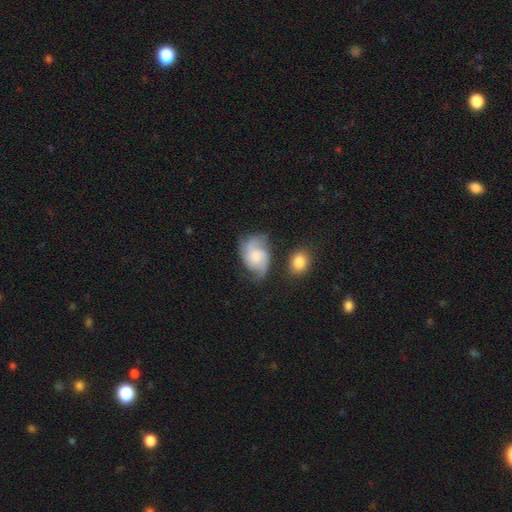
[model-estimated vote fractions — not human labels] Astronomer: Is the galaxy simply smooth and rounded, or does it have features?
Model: featured or disk — 68%.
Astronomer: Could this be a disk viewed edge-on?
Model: no — 97%.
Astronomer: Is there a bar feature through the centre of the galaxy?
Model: no — 64%.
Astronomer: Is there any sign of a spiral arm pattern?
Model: yes — 93%.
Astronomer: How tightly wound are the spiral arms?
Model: medium — 47% (runner-up: loose, 31%).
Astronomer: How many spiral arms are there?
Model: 2 — 68%.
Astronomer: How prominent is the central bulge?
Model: small — 42% (runner-up: moderate, 33%).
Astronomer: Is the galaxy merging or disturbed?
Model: none — 53%.